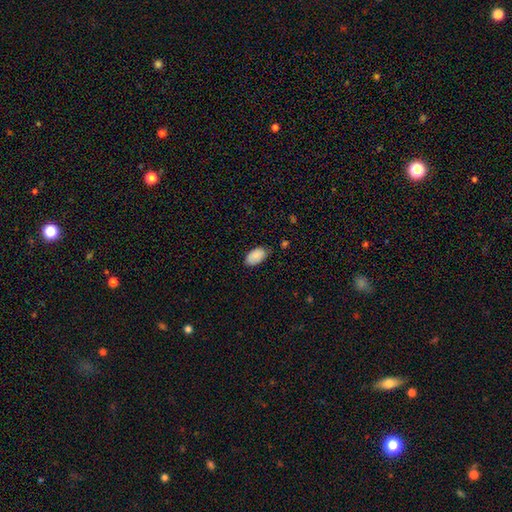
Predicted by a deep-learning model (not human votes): smooth 88%, star or artifact 7%, featured or disk 6%. Down the decision tree: how rounded — in between (95%); merging — none (75%).